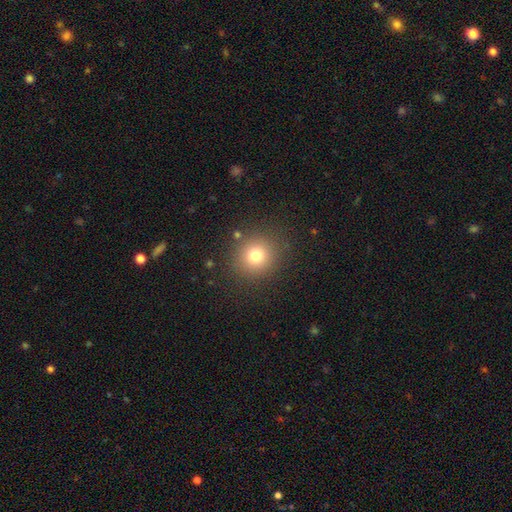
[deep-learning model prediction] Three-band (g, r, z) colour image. It shows a smooth galaxy with no disk features (76%) that is round (90%). Merging: none (87%).